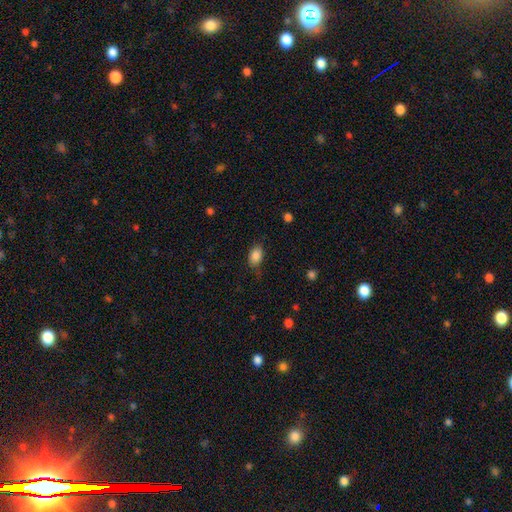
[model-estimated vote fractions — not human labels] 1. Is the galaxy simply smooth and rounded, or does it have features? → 86% smooth, 8% star or artifact, 5% featured or disk.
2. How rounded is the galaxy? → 85% in between, 14% round, 1% cigar-shaped.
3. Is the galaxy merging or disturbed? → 72% none, 21% minor disturbance, 5% major disturbance, 1% merger.